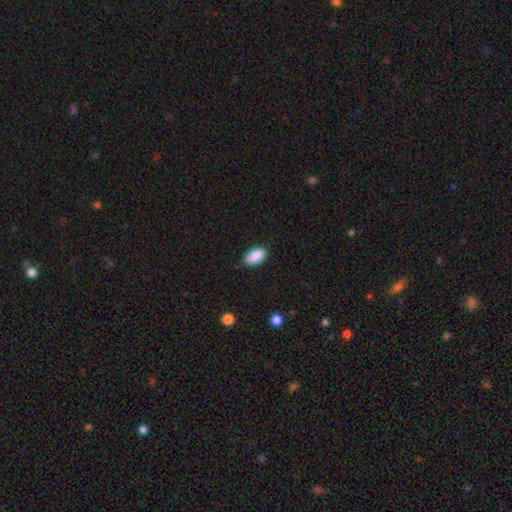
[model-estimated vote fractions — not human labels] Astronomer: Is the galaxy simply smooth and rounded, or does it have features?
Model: smooth — 90%.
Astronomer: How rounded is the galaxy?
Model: in between — 94%.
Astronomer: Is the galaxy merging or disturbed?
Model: none — 84%.